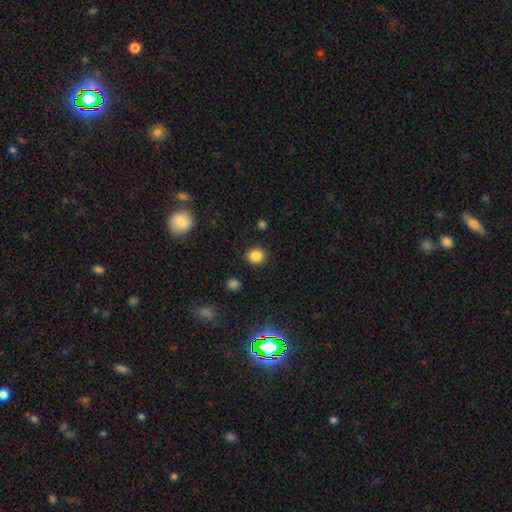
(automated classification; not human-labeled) This is clearly a smooth galaxy (85%). How rounded: likely round (77%). Merging: clearly none (89%).